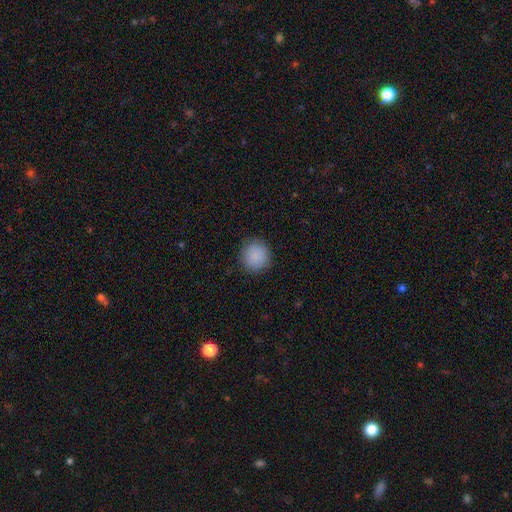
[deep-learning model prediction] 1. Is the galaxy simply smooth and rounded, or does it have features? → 88% smooth, 8% star or artifact, 3% featured or disk.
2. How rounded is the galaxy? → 90% round, 9% in between, 1% cigar-shaped.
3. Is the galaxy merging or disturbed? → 88% none, 8% minor disturbance, 2% major disturbance, 1% merger.